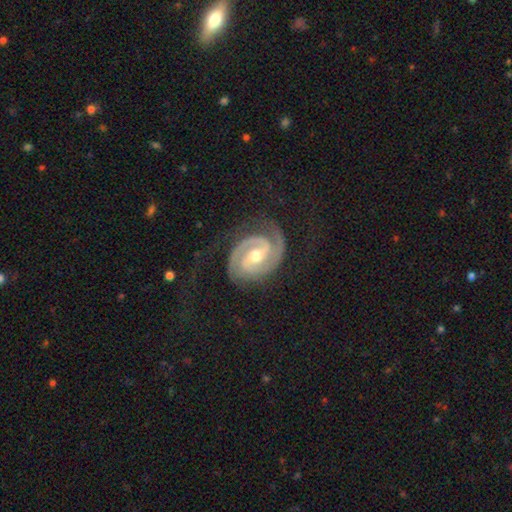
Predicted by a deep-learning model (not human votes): Smooth or featured? featured or disk (92%)
Edge-on disk? no (98%)
Bar? weak (43%)
Spiral arms? yes (98%)
Spiral winding? tight (65%)
Spiral arm count? 2 (91%)
Bulge size? moderate (68%)
Merging? none (76%)